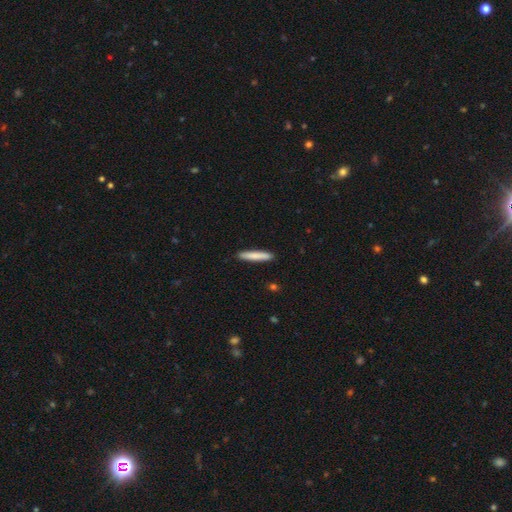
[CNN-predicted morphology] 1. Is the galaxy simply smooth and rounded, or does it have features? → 81% smooth, 14% featured or disk, 5% star or artifact.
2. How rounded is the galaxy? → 94% cigar-shaped, 5% in between, 1% round.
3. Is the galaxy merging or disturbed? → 91% none, 7% minor disturbance, 1% major disturbance, 1% merger.